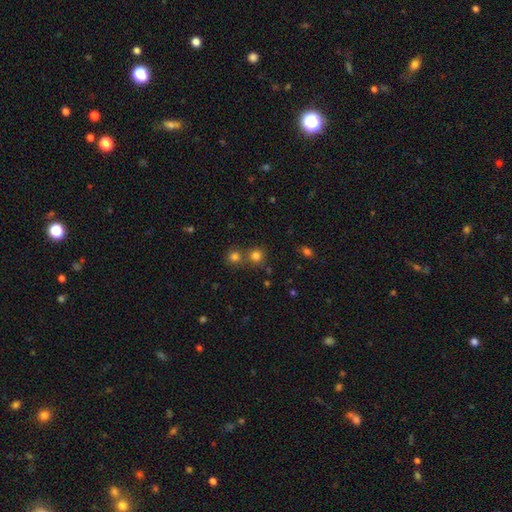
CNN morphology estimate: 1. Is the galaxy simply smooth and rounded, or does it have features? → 76% smooth, 17% star or artifact, 6% featured or disk.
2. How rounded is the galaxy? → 89% round, 10% in between, 1% cigar-shaped.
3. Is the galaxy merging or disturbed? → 63% none, 28% merger, 7% minor disturbance, 3% major disturbance.